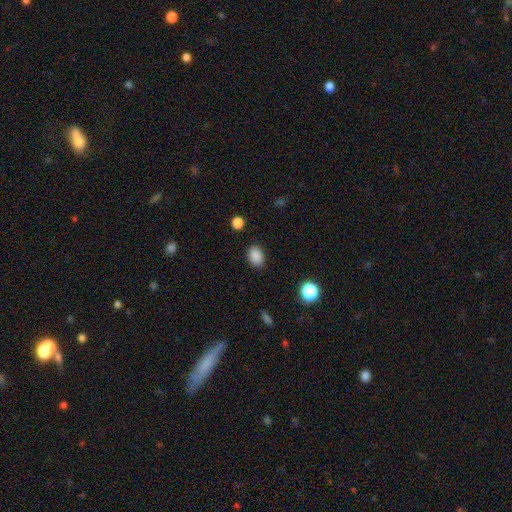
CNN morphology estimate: smooth 87%, star or artifact 10%, featured or disk 3%. Down the decision tree: how rounded — in between (76%); merging — none (86%).